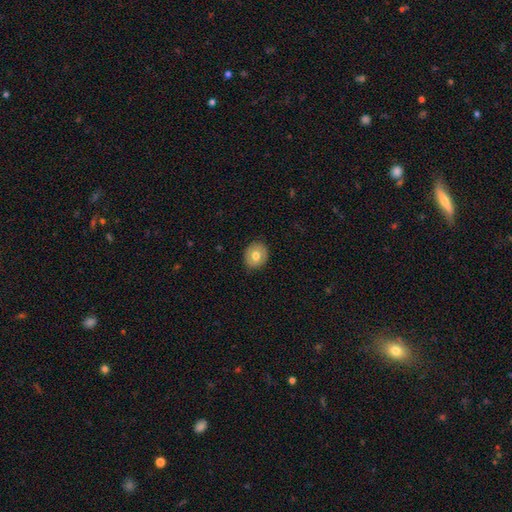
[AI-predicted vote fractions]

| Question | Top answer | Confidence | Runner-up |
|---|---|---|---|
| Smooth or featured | smooth | 70% | featured or disk (22%) |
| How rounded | round | 71% | in between (28%) |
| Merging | none | 88% | minor disturbance (9%) |